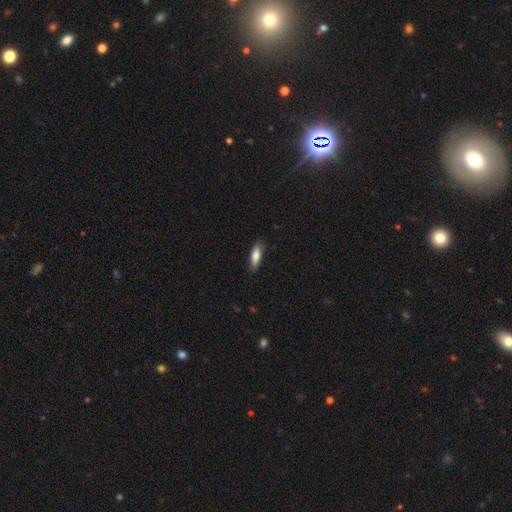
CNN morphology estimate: Q: Smooth or featured?
A: smooth (81%); runner-up: featured or disk (13%)
Q: How rounded?
A: in between (55%); runner-up: cigar-shaped (43%)
Q: Merging?
A: none (83%); runner-up: minor disturbance (14%)